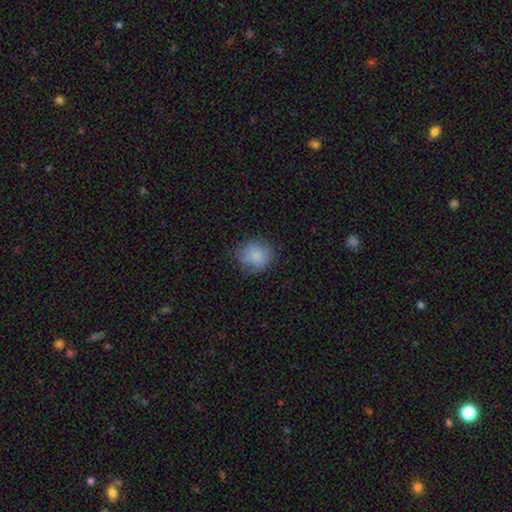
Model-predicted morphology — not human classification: Smooth or featured?
  - smooth: 83% *
  - featured or disk: 9%
  - star or artifact: 8%
How rounded?
  - round: 78% *
  - in between: 21%
  - cigar-shaped: 1%
Merging?
  - none: 72% *
  - minor disturbance: 21%
  - major disturbance: 6%
  - merger: 1%